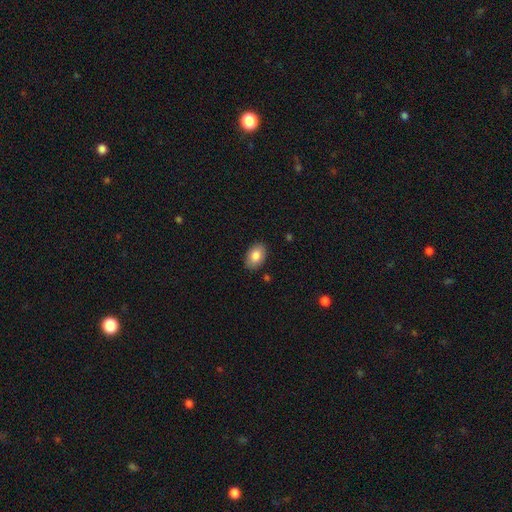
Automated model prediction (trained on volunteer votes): Overall: smooth (84%). How rounded: in between (87%). Merging: none (87%).